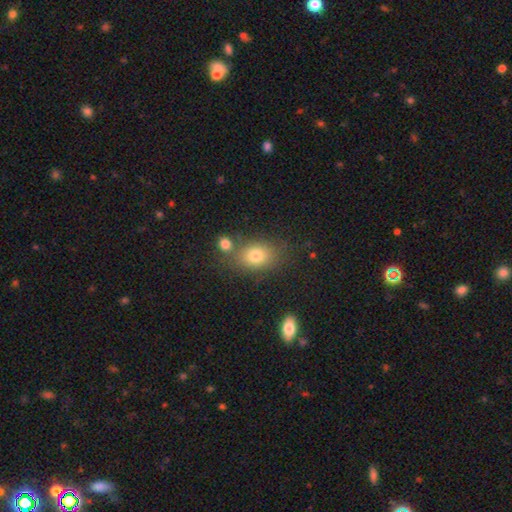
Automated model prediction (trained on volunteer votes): Smooth or featured: smooth — 77% (star or artifact — 11%)
How rounded: in between — 71% (round — 28%)
Merging: none — 67% (merger — 15%)